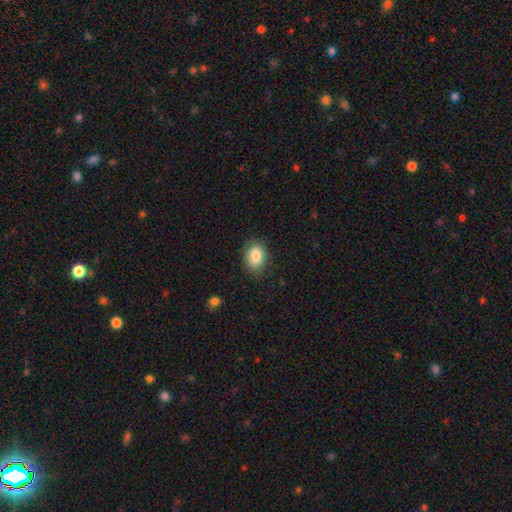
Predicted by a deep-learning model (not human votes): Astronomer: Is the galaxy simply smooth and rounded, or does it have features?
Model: smooth — 87%.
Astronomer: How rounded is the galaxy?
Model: in between — 82%.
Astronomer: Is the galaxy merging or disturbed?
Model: none — 82%.